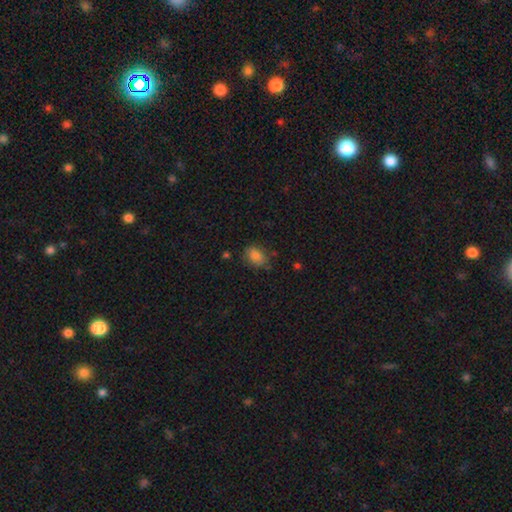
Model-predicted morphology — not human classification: Q: Smooth or featured?
A: smooth (83%); runner-up: star or artifact (10%)
Q: How rounded?
A: in between (74%); runner-up: round (24%)
Q: Merging?
A: none (71%); runner-up: minor disturbance (21%)